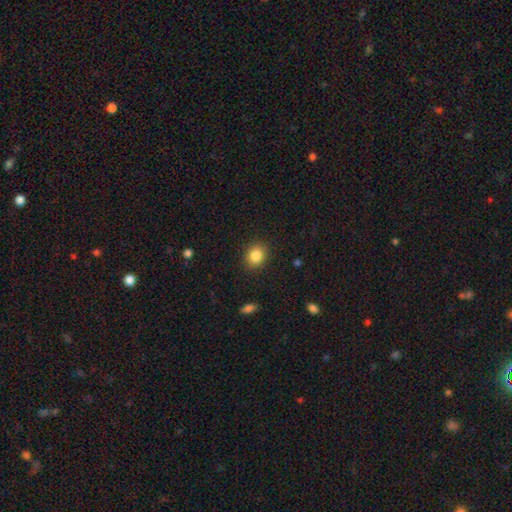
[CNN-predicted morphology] smooth 85%, star or artifact 9%, featured or disk 6%. Down the decision tree: how rounded — round (60%); merging — none (87%).